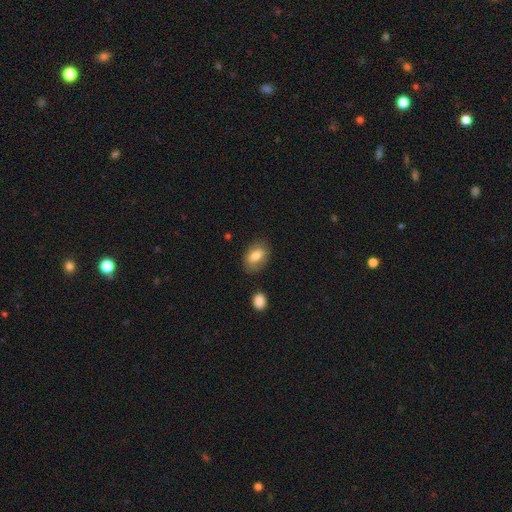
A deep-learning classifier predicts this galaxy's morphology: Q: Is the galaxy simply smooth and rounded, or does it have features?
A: smooth — 75%.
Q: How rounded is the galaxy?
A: in between — 85%.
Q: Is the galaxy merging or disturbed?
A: none — 81%.